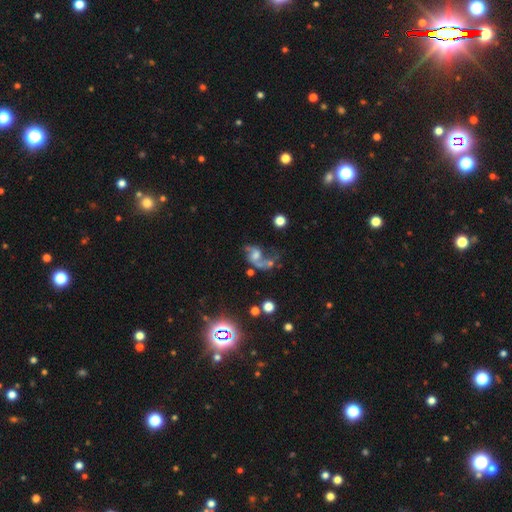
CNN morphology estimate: type=featured or disk (64%); edge-on=no (97%); bar=no (65%); spiral arms=yes (79%); bulge=moderate (39%); merging=major disturbance (31%).